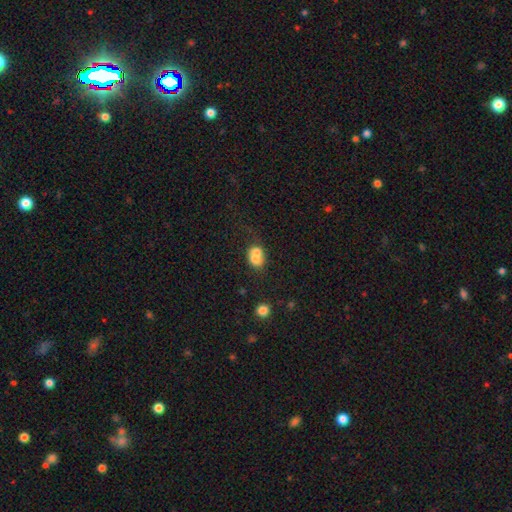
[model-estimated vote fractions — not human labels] Smooth or featured: smooth — 69% (featured or disk — 20%)
How rounded: round — 51% (in between — 48%)
Merging: merger — 61% (none — 25%)